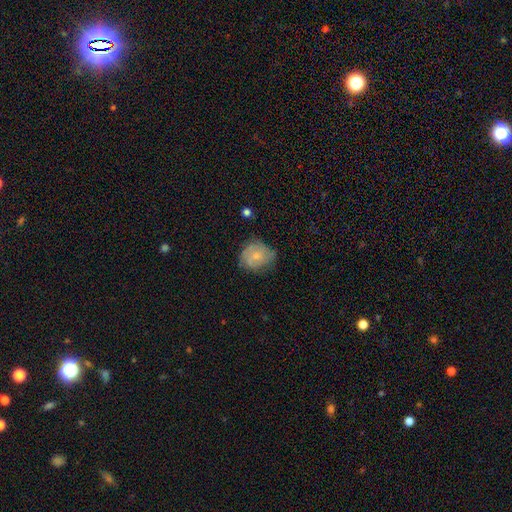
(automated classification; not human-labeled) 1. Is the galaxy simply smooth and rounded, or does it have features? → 47% featured or disk, 45% smooth, 8% star or artifact.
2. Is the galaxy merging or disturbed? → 62% none, 28% minor disturbance, 9% major disturbance, 2% merger.